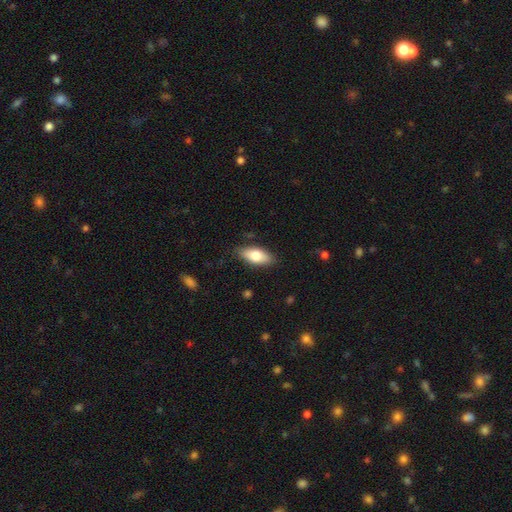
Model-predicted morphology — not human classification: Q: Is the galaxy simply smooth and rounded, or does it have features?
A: smooth — 77%.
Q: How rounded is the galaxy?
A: in between — 86%.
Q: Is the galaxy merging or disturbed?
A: none — 84%.